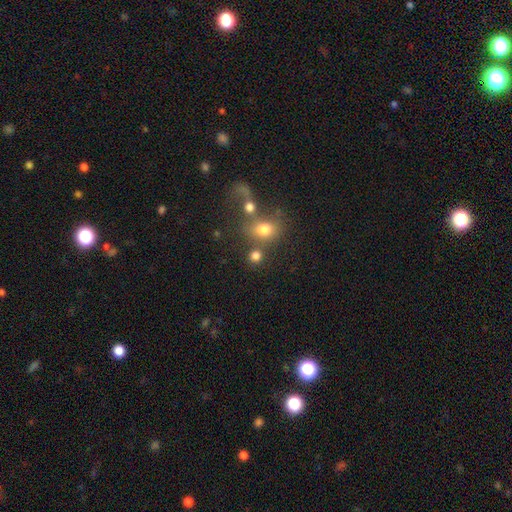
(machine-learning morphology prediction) smooth 75%, star or artifact 15%, featured or disk 9%. Down the decision tree: how rounded — round (79%); merging — none (61%).